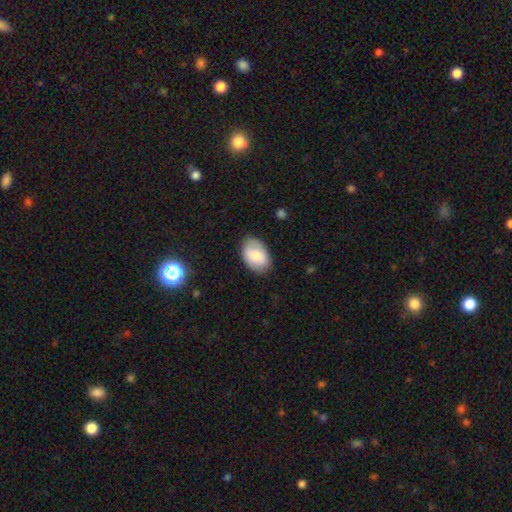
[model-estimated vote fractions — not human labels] Smooth or featured? smooth (76%)
How rounded? in between (88%)
Merging? none (81%)